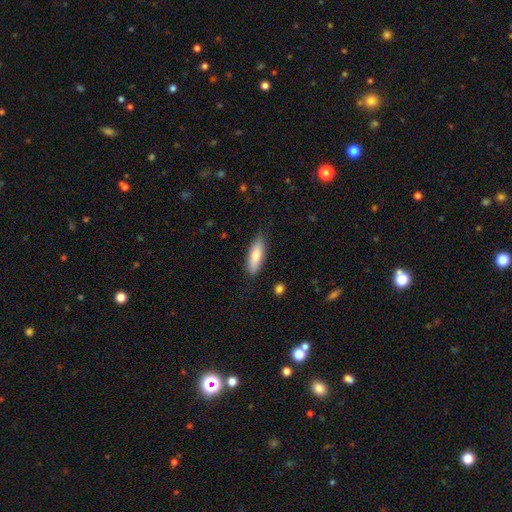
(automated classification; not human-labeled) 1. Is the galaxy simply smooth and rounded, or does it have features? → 76% smooth, 18% featured or disk, 6% star or artifact.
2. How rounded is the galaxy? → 53% in between, 45% cigar-shaped, 2% round.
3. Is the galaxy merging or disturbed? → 83% none, 13% minor disturbance, 2% major disturbance, 1% merger.